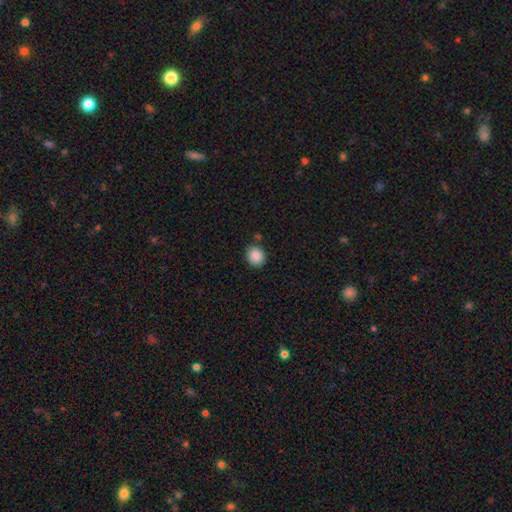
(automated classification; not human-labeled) Smooth or featured? Predicted: smooth (p=0.88). How rounded? Predicted: round (p=0.76). Merging? Predicted: none (p=0.85).